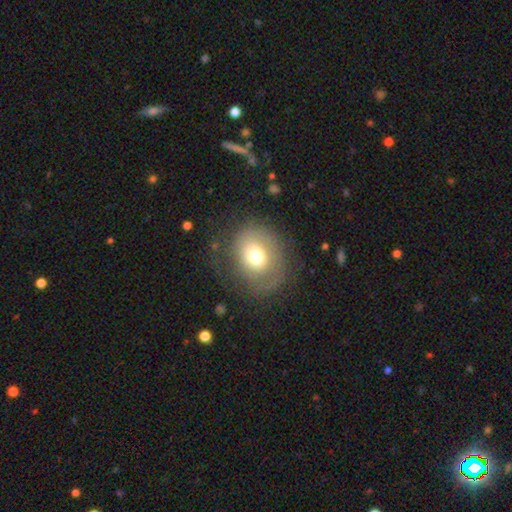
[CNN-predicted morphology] Smooth or featured?
  - smooth: 61% *
  - featured or disk: 28%
  - star or artifact: 11%
How rounded?
  - round: 67% *
  - in between: 32%
  - cigar-shaped: 1%
Merging?
  - none: 59% *
  - minor disturbance: 20%
  - major disturbance: 19%
  - merger: 2%